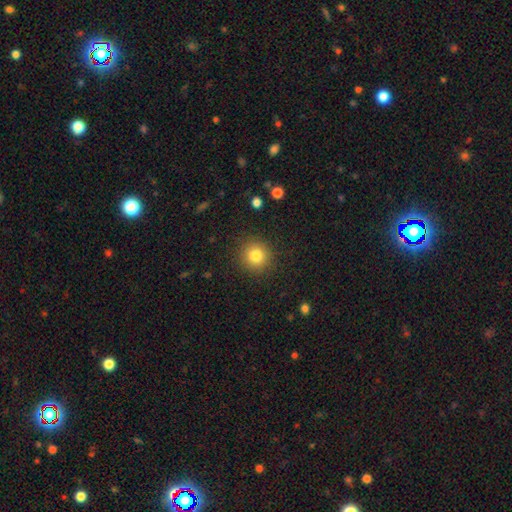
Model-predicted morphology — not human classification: A smooth galaxy with no disk features (81%) that is round (92%). Merging: none (89%).